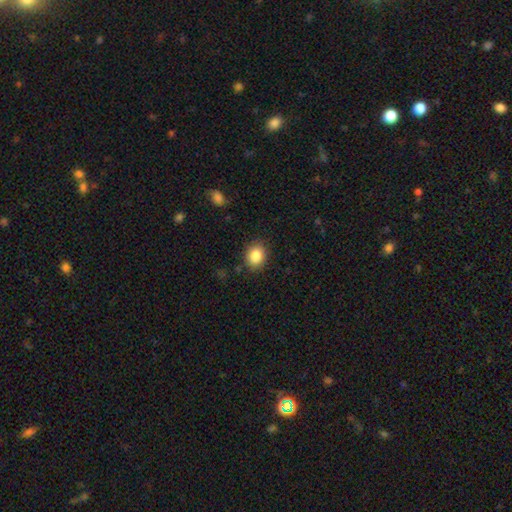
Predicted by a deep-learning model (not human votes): smooth 86%, star or artifact 9%, featured or disk 5%. Down the decision tree: how rounded — round (54%); merging — none (85%).